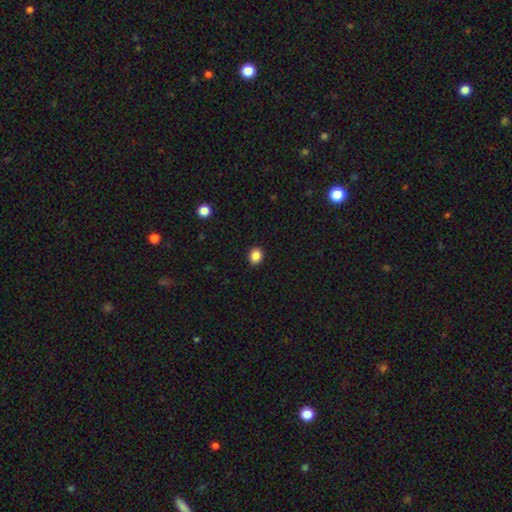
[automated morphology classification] Smooth or featured: smooth — 87% (star or artifact — 10%)
How rounded: round — 54% (in between — 45%)
Merging: none — 90% (minor disturbance — 7%)